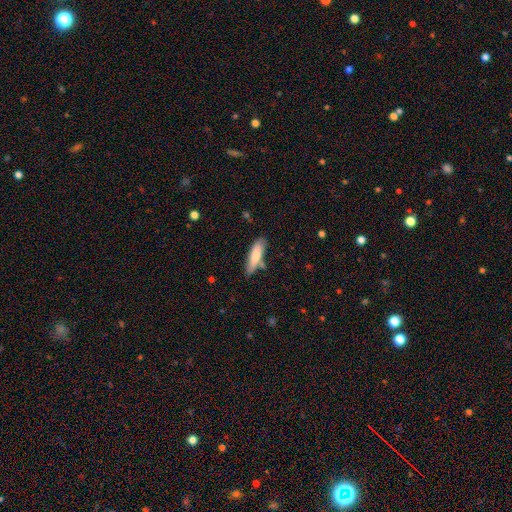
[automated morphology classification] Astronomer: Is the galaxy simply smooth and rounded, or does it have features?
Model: smooth — 78%.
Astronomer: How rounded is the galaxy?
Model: cigar-shaped — 61% (runner-up: in between, 37%).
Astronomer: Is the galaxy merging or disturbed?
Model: none — 69%.